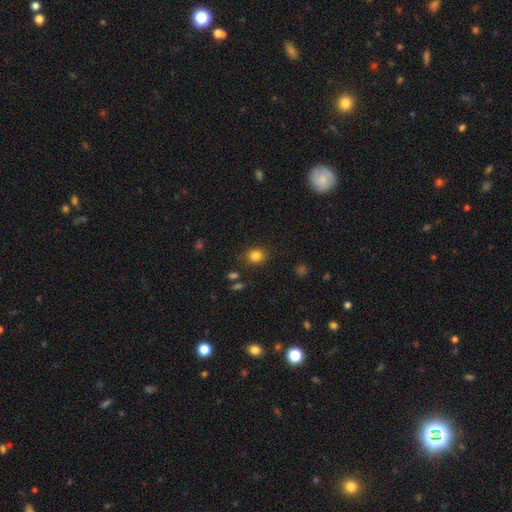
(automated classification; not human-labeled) A smooth galaxy with no disk features (82%) that is round (74%). Merging: none (85%).